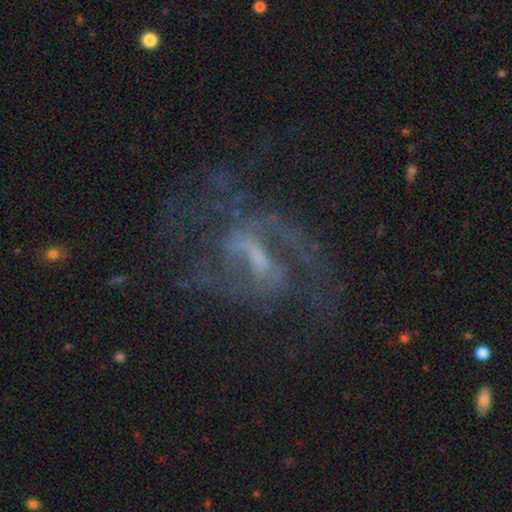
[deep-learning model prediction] Q: Smooth or featured?
A: featured or disk (84%); runner-up: star or artifact (9%)
Q: Edge-on disk?
A: no (97%); runner-up: yes (3%)
Q: Bar?
A: weak (50%); runner-up: strong (31%)
Q: Spiral arms?
A: yes (87%); runner-up: no (13%)
Q: Spiral winding?
A: medium (50%); runner-up: loose (31%)
Q: Spiral arm count?
A: 2 (65%); runner-up: can't tell (16%)
Q: Bulge size?
A: small (43%); runner-up: moderate (32%)
Q: Merging?
A: none (54%); runner-up: major disturbance (27%)